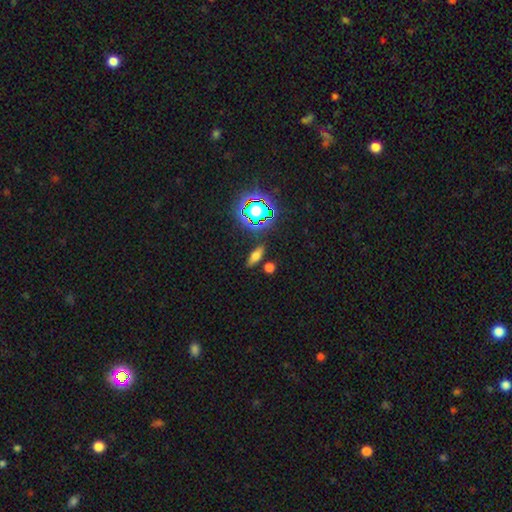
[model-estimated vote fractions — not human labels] Overall: smooth (61%). How rounded: in between (60%; cigar-shaped 32%). Merging: none (82%).